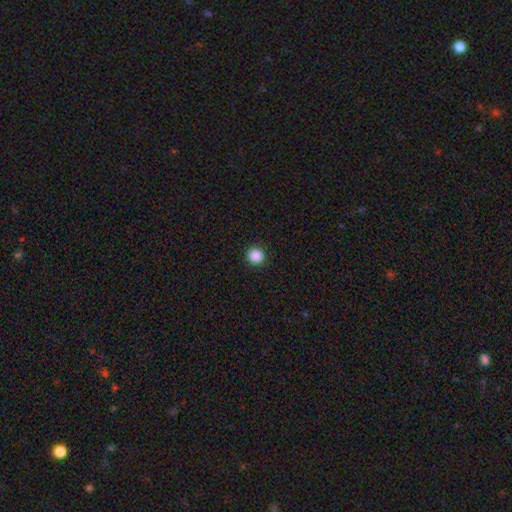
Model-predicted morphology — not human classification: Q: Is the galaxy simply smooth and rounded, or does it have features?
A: smooth — 88%.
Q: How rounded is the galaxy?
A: round — 95%.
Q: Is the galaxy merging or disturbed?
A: none — 93%.